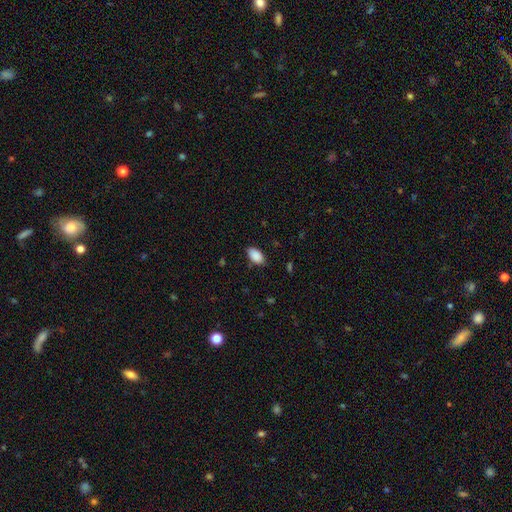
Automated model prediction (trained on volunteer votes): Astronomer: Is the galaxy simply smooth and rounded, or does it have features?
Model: smooth — 90%.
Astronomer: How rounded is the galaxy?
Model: in between — 94%.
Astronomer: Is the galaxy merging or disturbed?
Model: none — 84%.